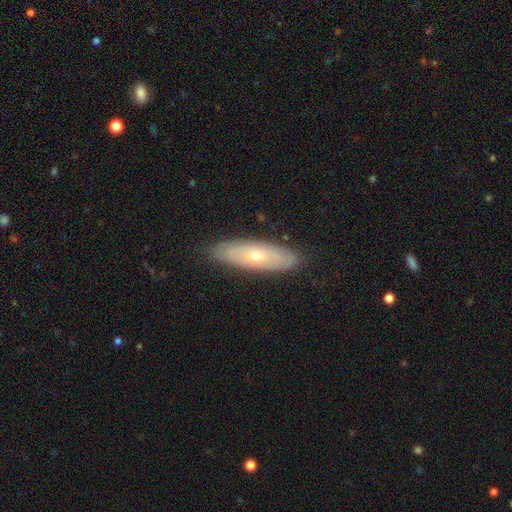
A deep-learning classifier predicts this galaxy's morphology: Smooth or featured?
  - featured or disk: 54% *
  - smooth: 40%
  - star or artifact: 7%
Edge-on disk?
  - no: 68% *
  - yes: 32%
Merging?
  - none: 85% *
  - minor disturbance: 12%
  - major disturbance: 2%
  - merger: 1%